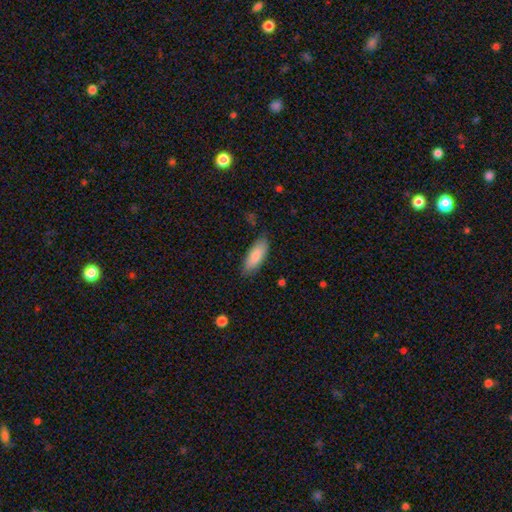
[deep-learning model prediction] This appears to be a smooth galaxy with no disk features (84%) that is in between round and cigar-shaped (75%). Merging: none (84%).